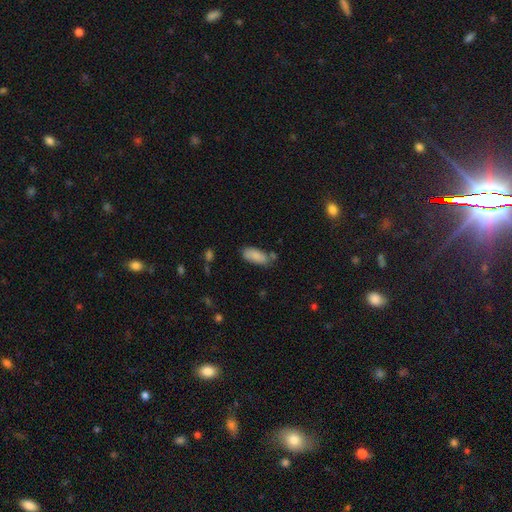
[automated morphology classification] smooth_or_featured: smooth (p=0.86) [alt: featured or disk p=0.07]
how_rounded: in between (p=0.85) [alt: cigar-shaped p=0.13]
merging: none (p=0.69) [alt: minor disturbance p=0.20]